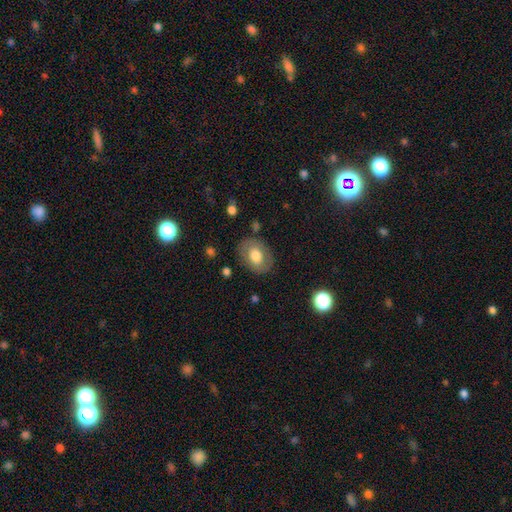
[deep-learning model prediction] Smooth or featured: smooth — 69% (featured or disk — 24%)
How rounded: in between — 69% (round — 30%)
Merging: none — 81% (minor disturbance — 13%)